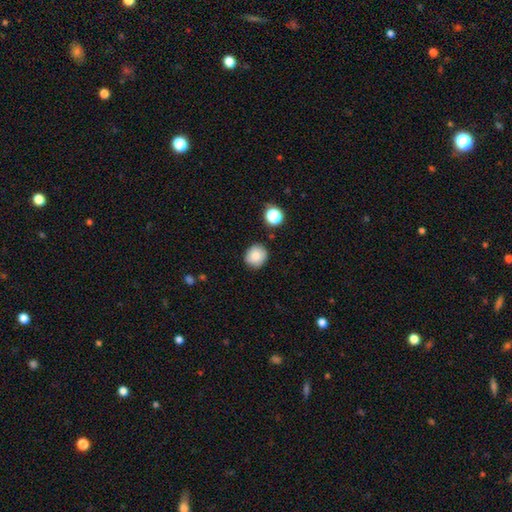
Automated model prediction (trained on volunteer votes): Smooth or featured?
  - smooth: 84% *
  - star or artifact: 10%
  - featured or disk: 7%
How rounded?
  - round: 82% *
  - in between: 17%
  - cigar-shaped: 1%
Merging?
  - none: 85% *
  - minor disturbance: 10%
  - merger: 3%
  - major disturbance: 2%